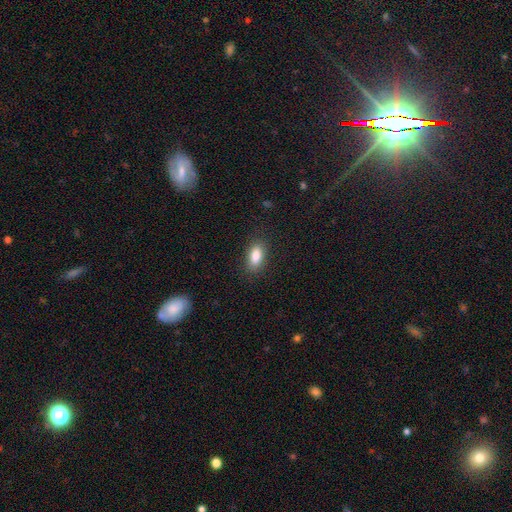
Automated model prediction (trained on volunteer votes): Q: Smooth or featured?
A: smooth (86%); runner-up: star or artifact (8%)
Q: How rounded?
A: in between (86%); runner-up: cigar-shaped (10%)
Q: Merging?
A: none (85%); runner-up: minor disturbance (11%)